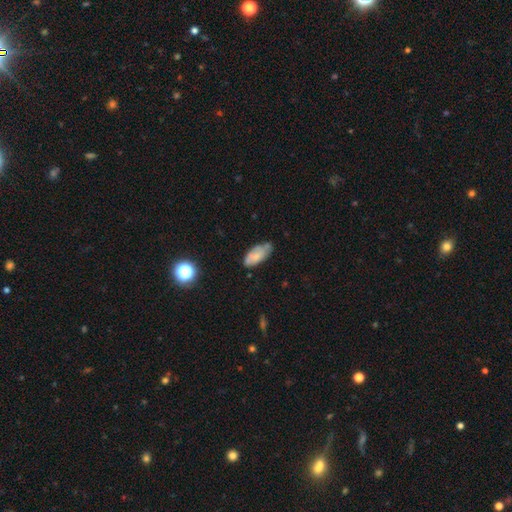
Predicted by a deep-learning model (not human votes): A smooth galaxy with no disk features (66%) that is in between round and cigar-shaped (87%). Merging: none (58%).